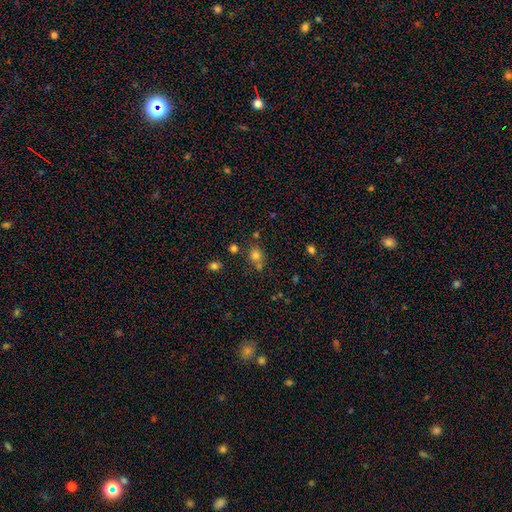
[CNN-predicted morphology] smooth_or_featured: smooth (p=0.71) [alt: star or artifact p=0.20]
how_rounded: round (p=0.75) [alt: in between p=0.24]
merging: none (p=0.64) [alt: merger p=0.19]